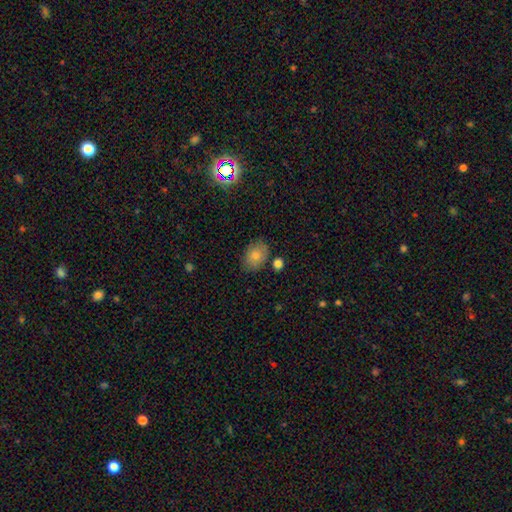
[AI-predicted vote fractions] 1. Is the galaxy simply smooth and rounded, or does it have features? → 80% smooth, 12% featured or disk, 8% star or artifact.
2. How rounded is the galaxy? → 78% in between, 21% round, 1% cigar-shaped.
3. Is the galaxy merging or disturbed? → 75% none, 16% minor disturbance, 5% merger, 4% major disturbance.